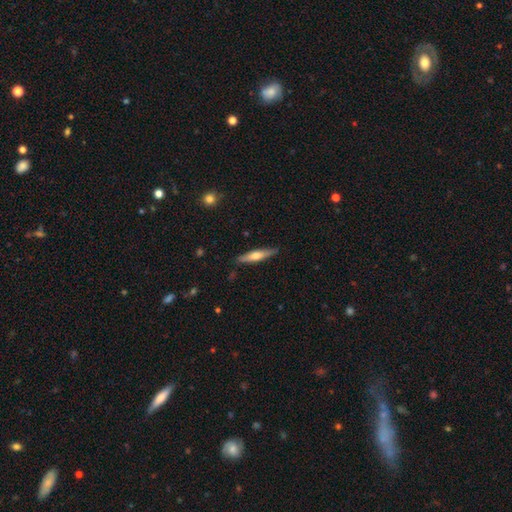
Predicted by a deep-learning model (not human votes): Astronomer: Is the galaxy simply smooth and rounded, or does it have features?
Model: featured or disk — 49% (runner-up: smooth, 46%).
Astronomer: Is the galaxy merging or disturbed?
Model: none — 88%.